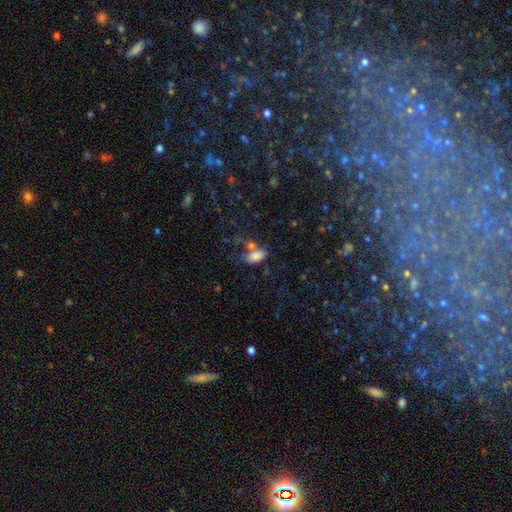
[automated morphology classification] Smooth or featured? smooth (80%)
How rounded? in between (90%)
Merging? none (45%)